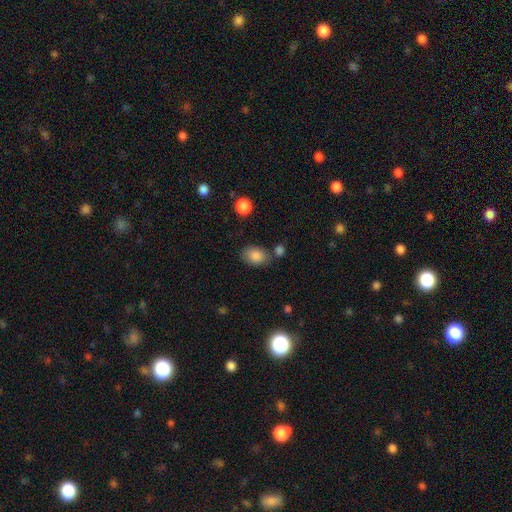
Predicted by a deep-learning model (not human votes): This appears to be a smooth galaxy with no disk features (85%) that is in between round and cigar-shaped (81%). Merging: none (69%).